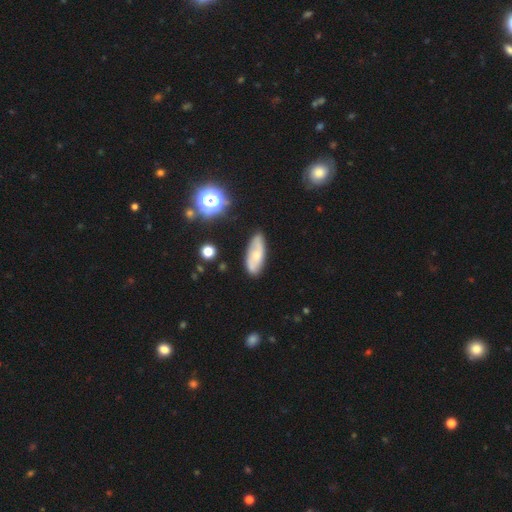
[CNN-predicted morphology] type=smooth (49%); merging=none (76%).